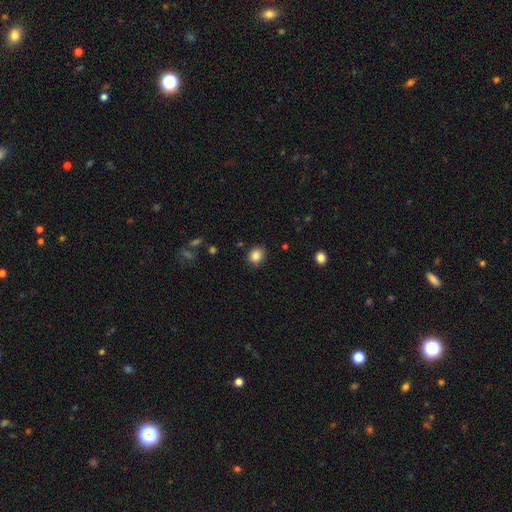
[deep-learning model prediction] Smooth or featured? smooth (85%)
How rounded? round (70%)
Merging? none (85%)